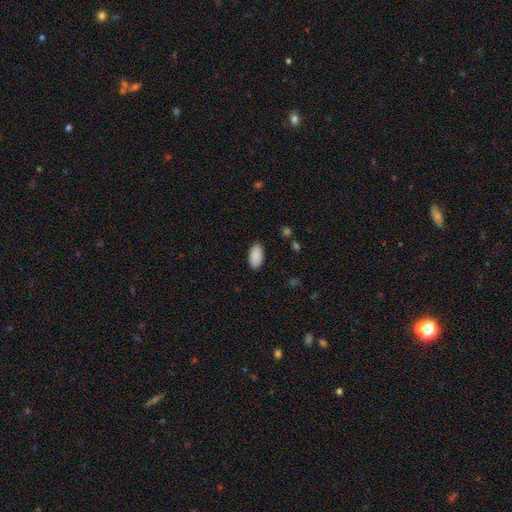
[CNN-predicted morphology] Smooth or featured? smooth (90%)
How rounded? in between (95%)
Merging? none (88%)